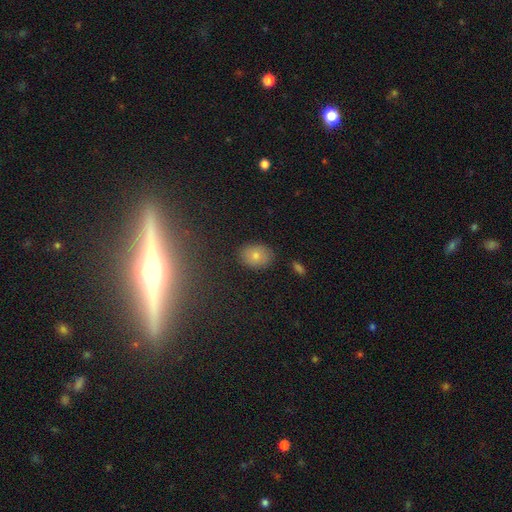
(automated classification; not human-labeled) The model was most divided on "how rounded": in between: 64%, round: 35%, cigar-shaped: 1%. More confident: merging — none (85%); smooth or featured — smooth (71%).